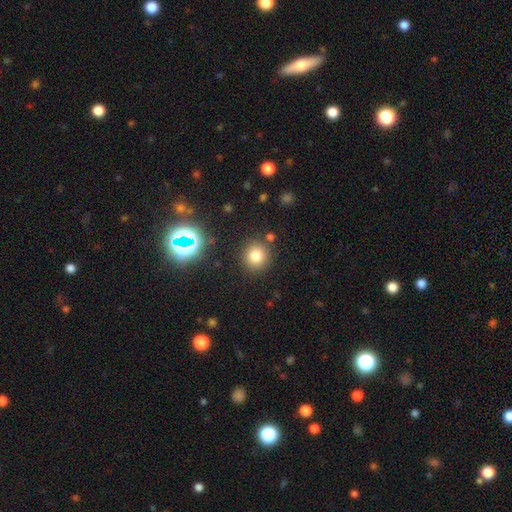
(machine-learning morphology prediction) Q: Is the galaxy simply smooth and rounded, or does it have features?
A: smooth — 78%.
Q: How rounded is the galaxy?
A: round — 90%.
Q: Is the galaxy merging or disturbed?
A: none — 84%.